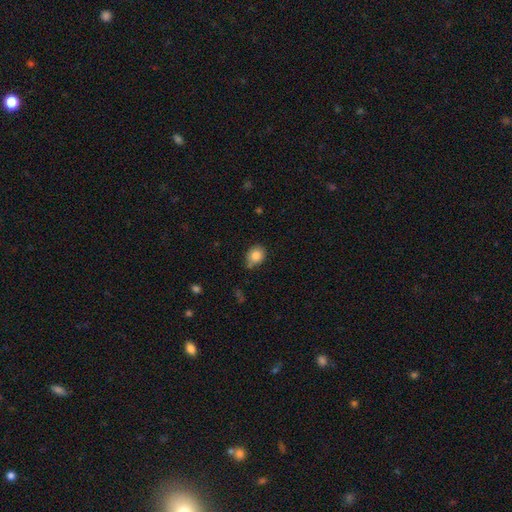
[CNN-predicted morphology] A smooth galaxy with no disk features (84%) that is round (66%).

Vote fractions:
- Smooth or featured? smooth: 84% / star or artifact: 9% / featured or disk: 6%
- How rounded? round: 66% / in between: 33% / cigar-shaped: 1%
- Merging? none: 66% / minor disturbance: 24% / merger: 5% / major disturbance: 4%